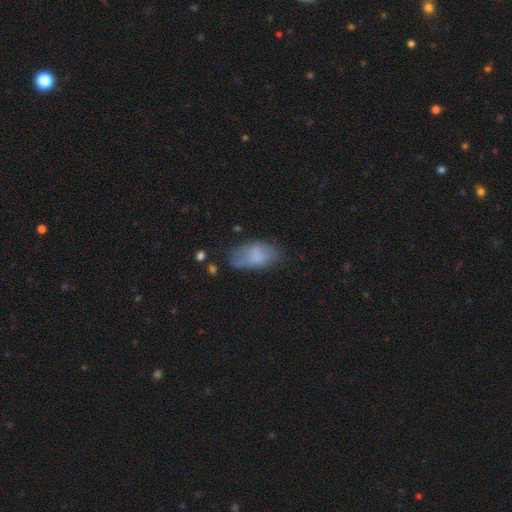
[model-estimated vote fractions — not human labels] smooth-or-featured: smooth: 70% | featured or disk: 21% | star or artifact: 9%
  how-rounded: in between: 92% | cigar-shaped: 5% | round: 4%
  merging: none: 49% | minor disturbance: 32% | major disturbance: 15% | merger: 4%